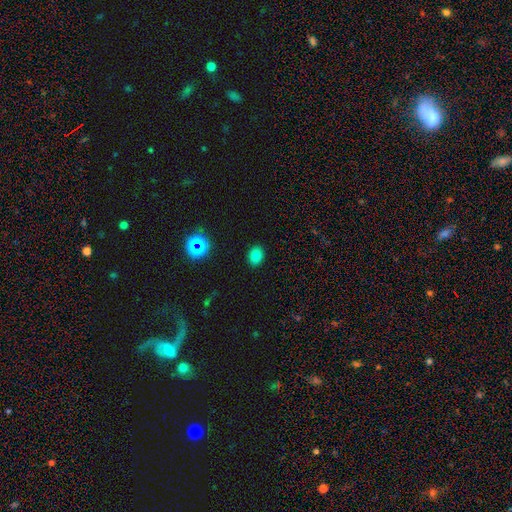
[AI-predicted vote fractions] Smooth or featured? Predicted: smooth (p=0.79). How rounded? Predicted: in between (p=0.58). Merging? Predicted: none (p=0.88).